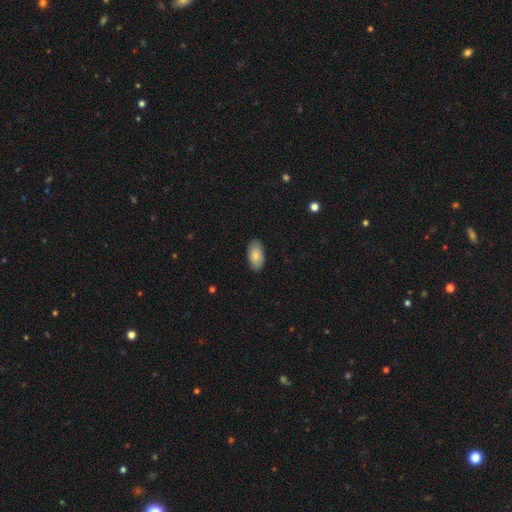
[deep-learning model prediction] Q: Smooth or featured?
A: smooth (82%); runner-up: featured or disk (12%)
Q: How rounded?
A: in between (95%); runner-up: cigar-shaped (3%)
Q: Merging?
A: none (86%); runner-up: minor disturbance (11%)